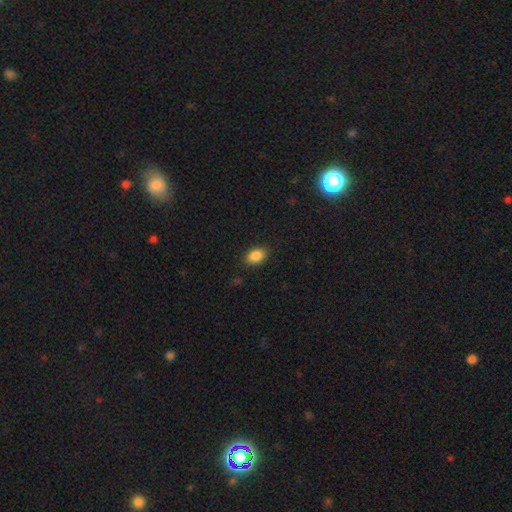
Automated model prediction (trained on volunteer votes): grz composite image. It shows a smooth galaxy with no disk features (87%) that is in between round and cigar-shaped (82%). Merging: none (85%).